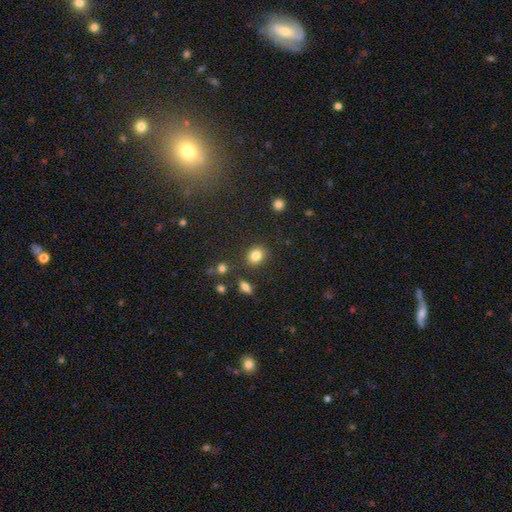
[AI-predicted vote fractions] A smooth galaxy with no disk features (82%) that is round (50%). Merging: none (83%).